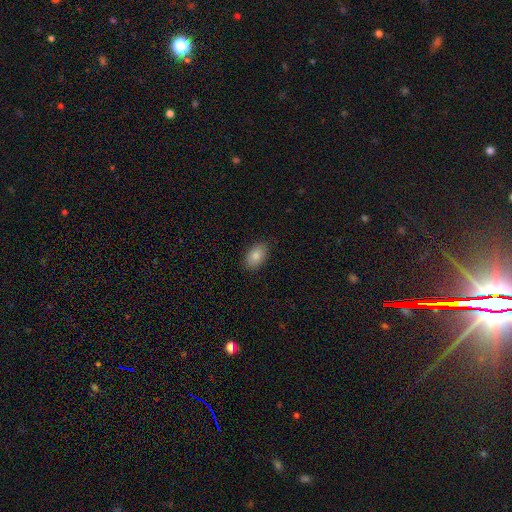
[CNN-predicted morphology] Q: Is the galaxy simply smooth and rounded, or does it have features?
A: smooth — 85%.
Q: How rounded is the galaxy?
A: in between — 91%.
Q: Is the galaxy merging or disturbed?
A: none — 86%.